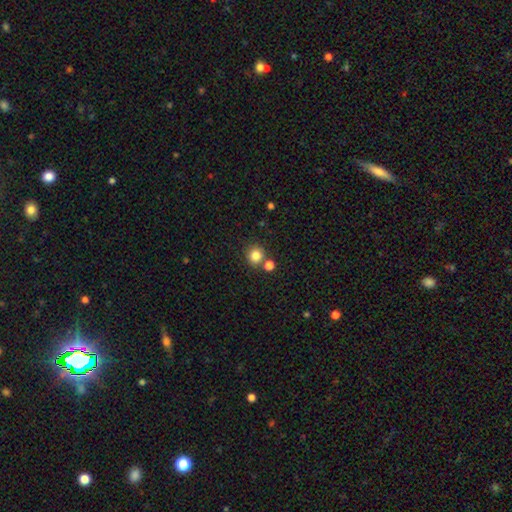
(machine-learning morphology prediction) Smooth or featured? smooth (83%)
How rounded? round (89%)
Merging? none (73%)